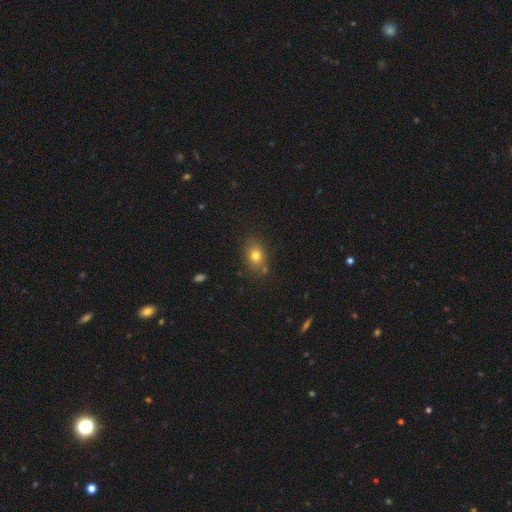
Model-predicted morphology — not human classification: A smooth galaxy with no disk features (76%) that is in between round and cigar-shaped (62%). Merging: none (77%).